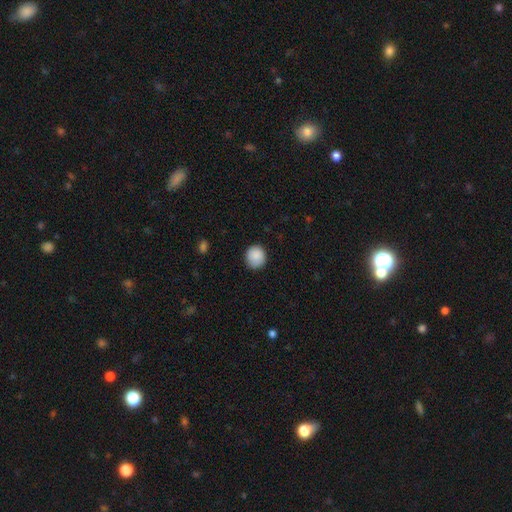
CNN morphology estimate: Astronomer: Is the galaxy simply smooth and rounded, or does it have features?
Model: smooth — 89%.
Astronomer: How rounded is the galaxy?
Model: round — 89%.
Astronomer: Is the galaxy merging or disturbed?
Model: none — 85%.